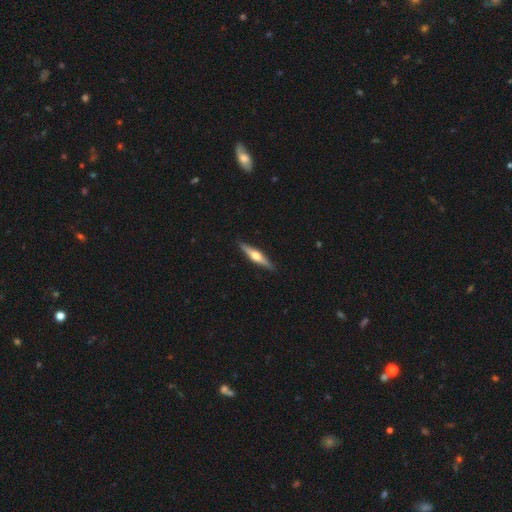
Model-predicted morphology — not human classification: Smooth or featured? Predicted: featured or disk (p=0.69). Edge-on disk? Predicted: yes (p=0.97). Edge-on bulge? Predicted: rounded (p=0.93). Merging? Predicted: none (p=0.91).